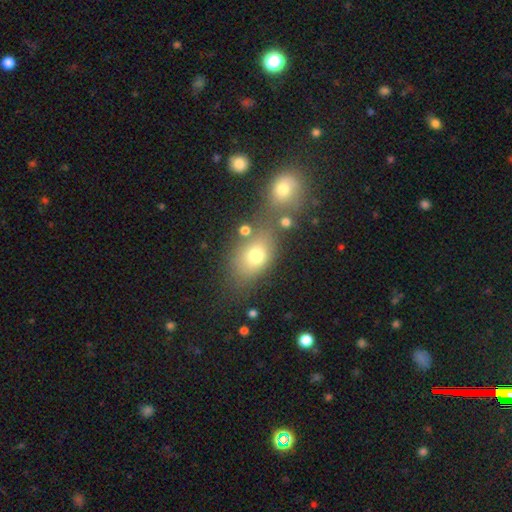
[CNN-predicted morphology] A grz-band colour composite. It shows a smooth galaxy with no disk features (72%) that is in between round and cigar-shaped (70%). Merging: none (53%).